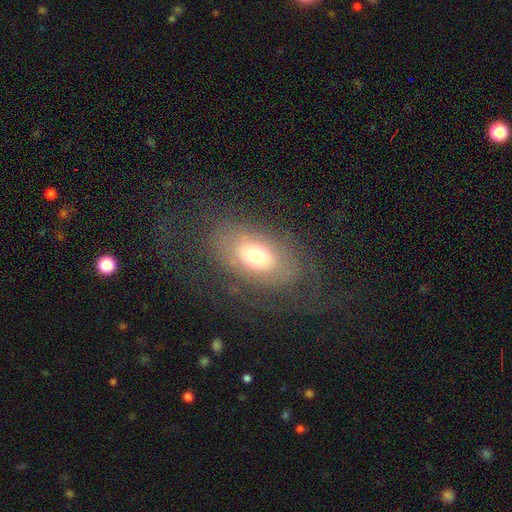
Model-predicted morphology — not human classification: Smooth or featured?
  - smooth: 46% *
  - featured or disk: 44%
  - star or artifact: 10%
Merging?
  - none: 64% *
  - major disturbance: 18%
  - minor disturbance: 16%
  - merger: 1%